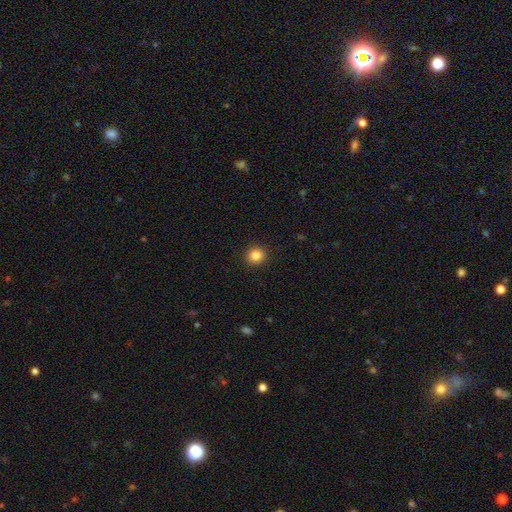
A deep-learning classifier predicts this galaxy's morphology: Smooth or featured? smooth (85%)
How rounded? round (89%)
Merging? none (92%)